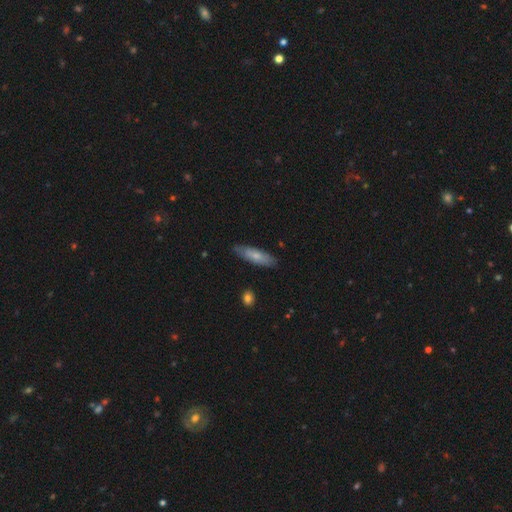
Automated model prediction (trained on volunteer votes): A smooth galaxy with no disk features (68%) that is cigar-shaped (55%). Merging: none (82%).